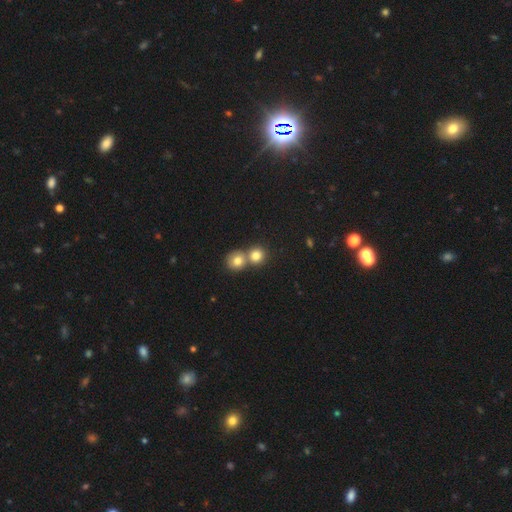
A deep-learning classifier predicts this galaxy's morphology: smooth_or_featured: smooth (p=0.79) [alt: star or artifact p=0.12]
how_rounded: round (p=0.87) [alt: in between p=0.12]
merging: none (p=0.47) [alt: merger p=0.45]